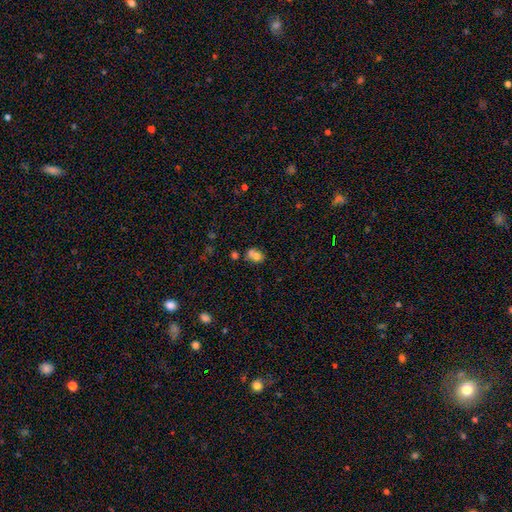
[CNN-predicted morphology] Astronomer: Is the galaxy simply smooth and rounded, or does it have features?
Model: smooth — 72%.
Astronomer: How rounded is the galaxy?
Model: in between — 53% (runner-up: round, 46%).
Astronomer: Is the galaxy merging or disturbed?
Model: merger — 45% (runner-up: none, 36%).